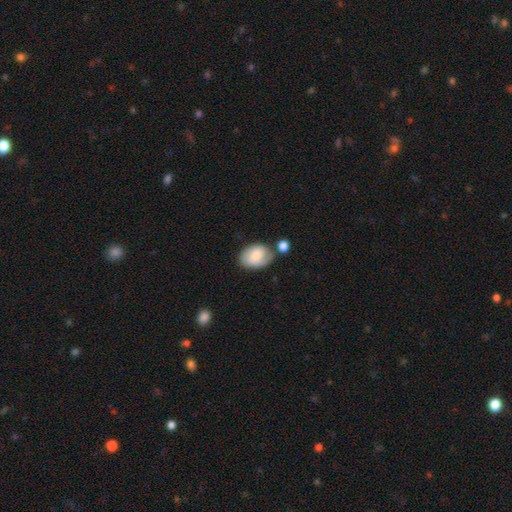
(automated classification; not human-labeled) smooth-or-featured: smooth: 71% | featured or disk: 22% | star or artifact: 6%
  how-rounded: in between: 80% | round: 19% | cigar-shaped: 1%
  merging: none: 58% | minor disturbance: 21% | merger: 15% | major disturbance: 6%